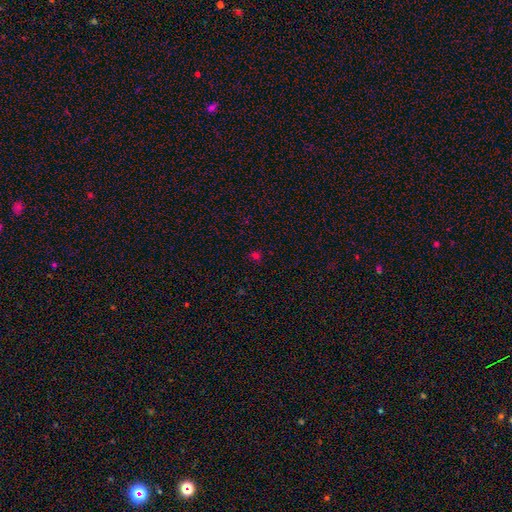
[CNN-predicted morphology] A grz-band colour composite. It shows a smooth galaxy with no disk features (64%) that is round (79%). Merging: none (84%).